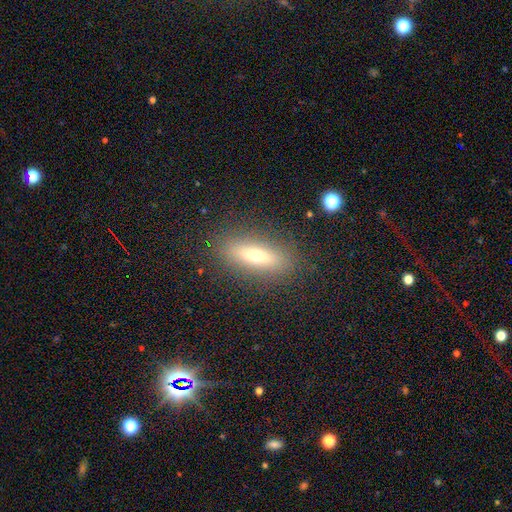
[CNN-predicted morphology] Smooth or featured? Predicted: smooth (p=0.52). How rounded? Predicted: cigar-shaped (p=0.53). Merging? Predicted: none (p=0.88).